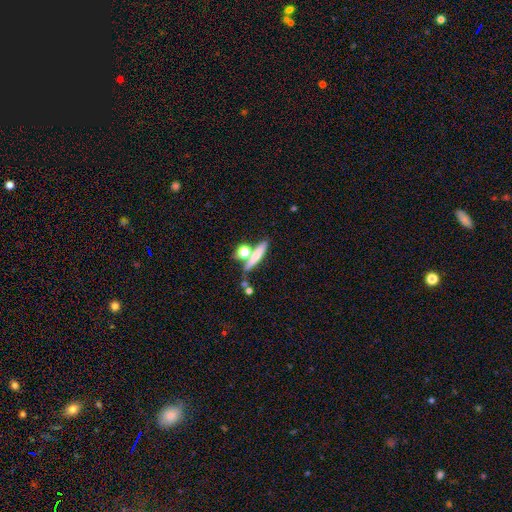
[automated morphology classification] smooth 61%, featured or disk 29%, star or artifact 11%. Down the decision tree: how rounded — cigar-shaped (68%); merging — none (62%).